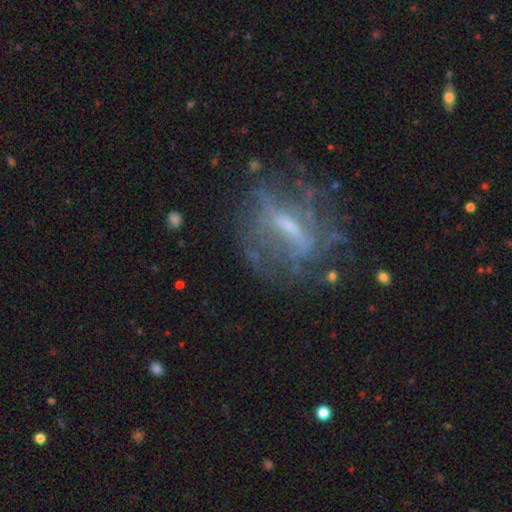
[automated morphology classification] Smooth or featured? featured or disk (71%)
Edge-on disk? no (80%)
Bar? strong (40%)
Spiral arms? no (54%)
Bulge size? small (46%)
Merging? none (61%)